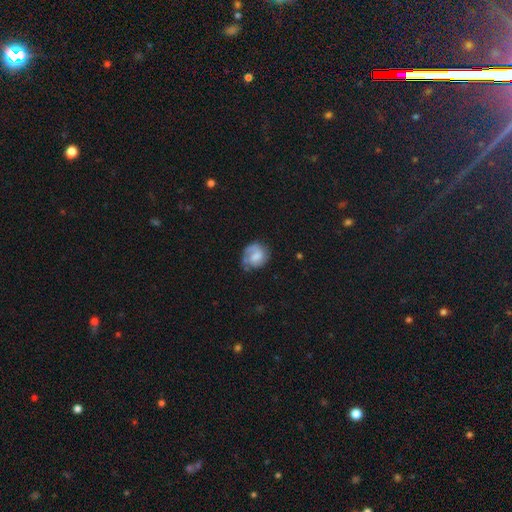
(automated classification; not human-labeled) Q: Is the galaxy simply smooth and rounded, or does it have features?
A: featured or disk — 49%.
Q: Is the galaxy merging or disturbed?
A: none — 57%.